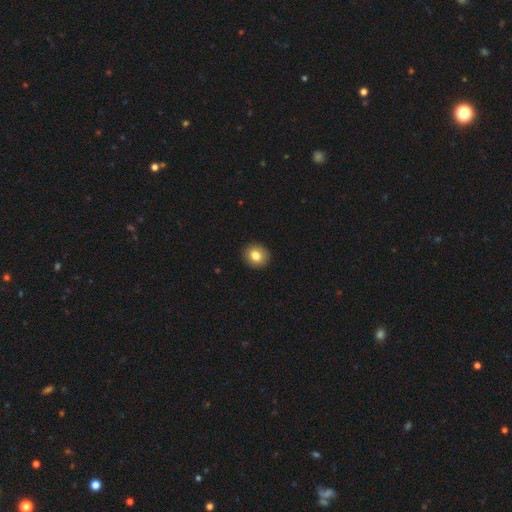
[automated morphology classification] smooth_or_featured: smooth (p=0.82) [alt: star or artifact p=0.09]
how_rounded: round (p=0.77) [alt: in between p=0.22]
merging: none (p=0.92) [alt: minor disturbance p=0.06]